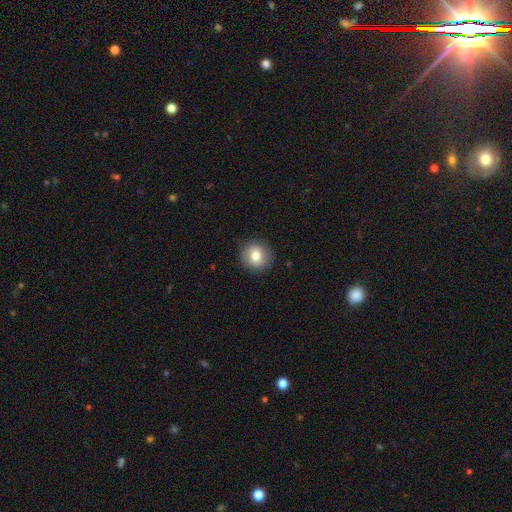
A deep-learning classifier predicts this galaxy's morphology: smooth-or-featured: smooth: 77% | featured or disk: 14% | star or artifact: 9%
  how-rounded: round: 90% | in between: 9% | cigar-shaped: 1%
  merging: none: 89% | minor disturbance: 8% | major disturbance: 2% | merger: 1%